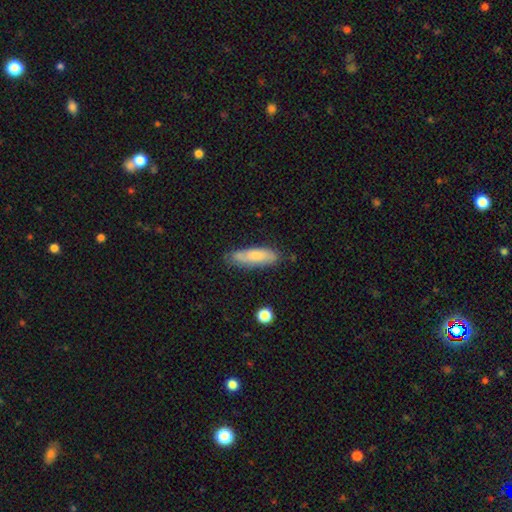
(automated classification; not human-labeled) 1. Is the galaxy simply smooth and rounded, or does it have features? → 71% smooth, 23% featured or disk, 6% star or artifact.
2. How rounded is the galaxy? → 53% cigar-shaped, 45% in between, 2% round.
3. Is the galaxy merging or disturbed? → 71% none, 22% minor disturbance, 4% major disturbance, 3% merger.